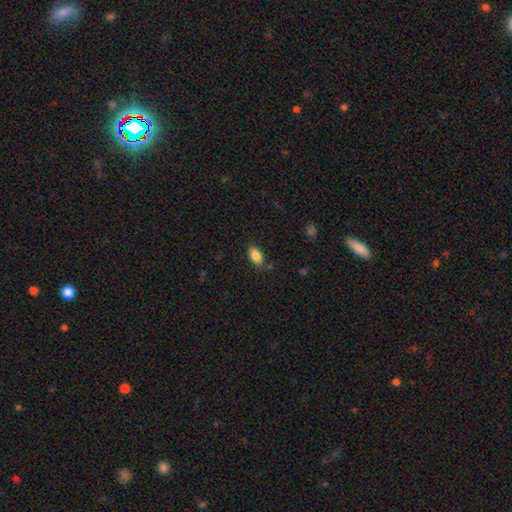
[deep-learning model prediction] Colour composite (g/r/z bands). It shows a smooth galaxy with no disk features (86%) that is in between round and cigar-shaped (91%). Merging: none (78%).